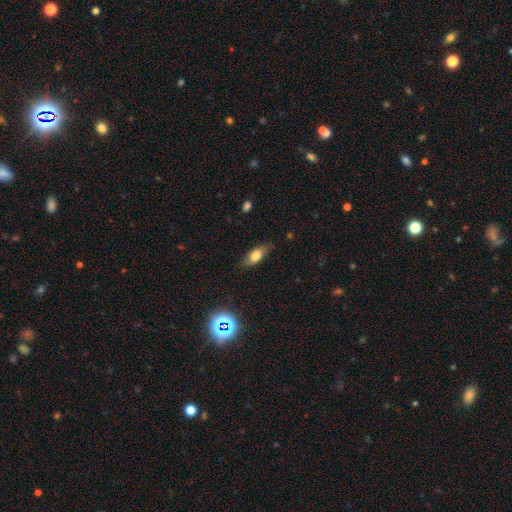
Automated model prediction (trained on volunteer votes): Smooth or featured? smooth (66%)
How rounded? in between (74%)
Merging? none (75%)